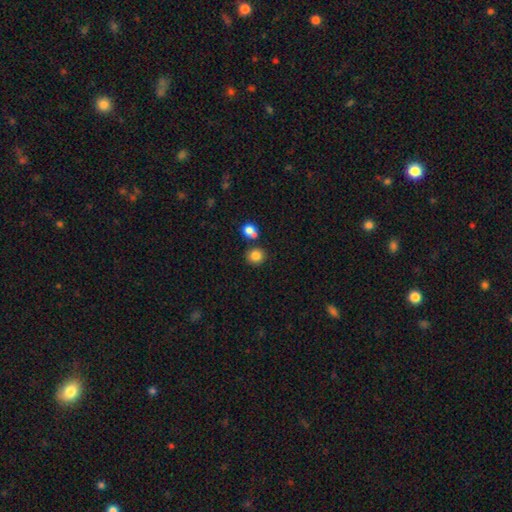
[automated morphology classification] Overall: smooth (83%). How rounded: round (84%). Merging: none (74%).